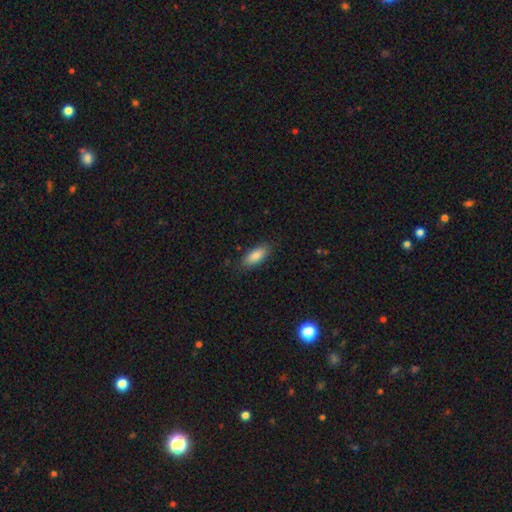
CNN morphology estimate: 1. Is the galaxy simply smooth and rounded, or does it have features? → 86% smooth, 7% featured or disk, 6% star or artifact.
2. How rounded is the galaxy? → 81% in between, 17% cigar-shaped, 2% round.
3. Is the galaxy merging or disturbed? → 85% none, 12% minor disturbance, 3% major disturbance, 1% merger.